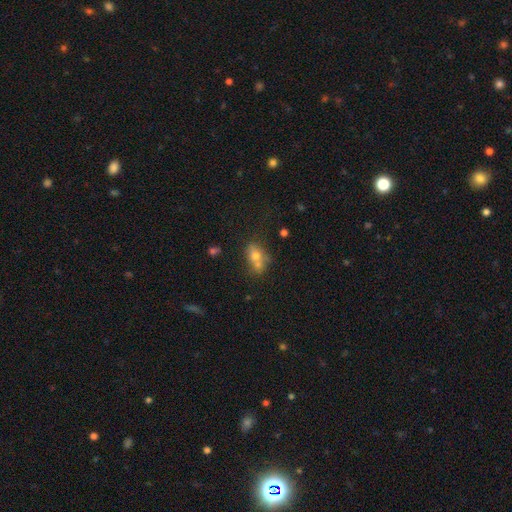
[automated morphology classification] A smooth galaxy with no disk features (70%) that is in between round and cigar-shaped (72%). Merging: merger (40%).